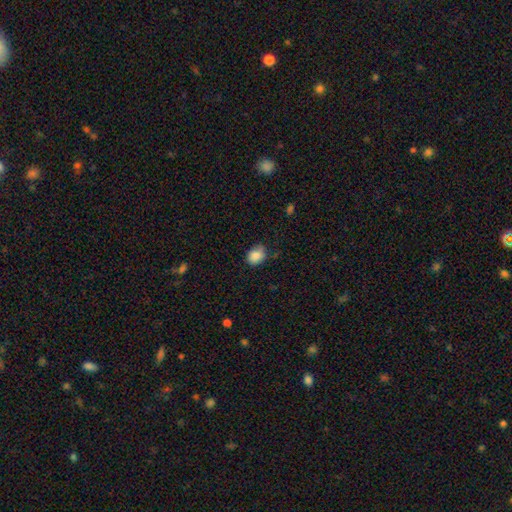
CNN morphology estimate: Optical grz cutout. It shows a smooth galaxy with no disk features (85%) that is round (50%). Merging: none (63%).